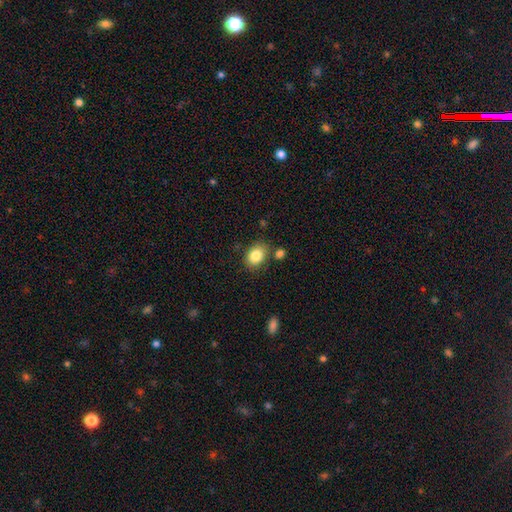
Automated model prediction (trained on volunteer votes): Morphology: type=smooth (85%); roundness=in between (65%); merging=none (76%).